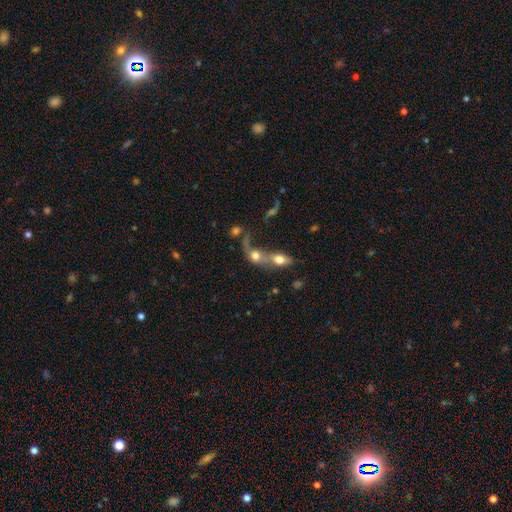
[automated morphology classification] Smooth or featured? Predicted: smooth (p=0.64). How rounded? Predicted: round (p=0.49). Merging? Predicted: merger (p=0.74).